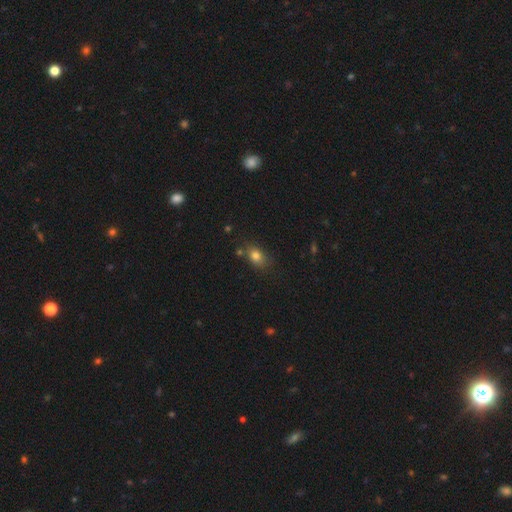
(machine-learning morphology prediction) A smooth galaxy with no disk features (79%) that is in between round and cigar-shaped (66%).

Vote fractions:
- Smooth or featured? smooth: 79% / star or artifact: 12% / featured or disk: 9%
- How rounded? in between: 66% / round: 32% / cigar-shaped: 2%
- Merging? none: 72% / minor disturbance: 17% / merger: 7% / major disturbance: 4%